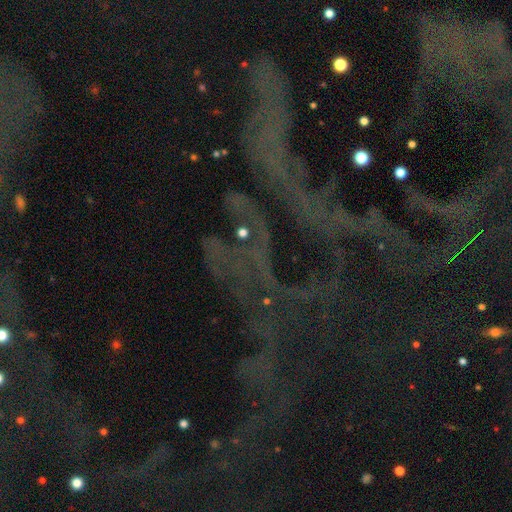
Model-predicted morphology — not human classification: Smooth or featured: star or artifact — 75% (featured or disk — 13%)